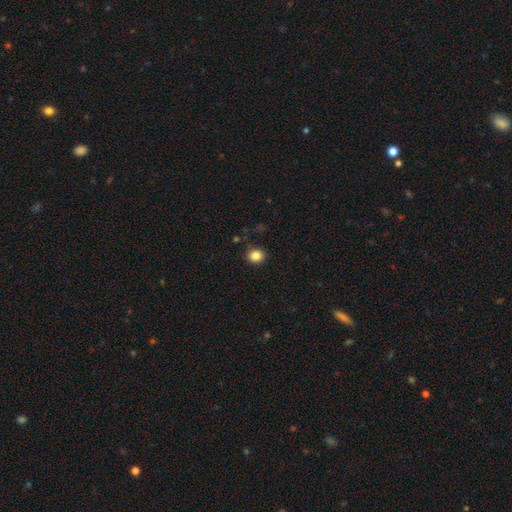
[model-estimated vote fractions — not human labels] Smooth or featured?
  - smooth: 85% *
  - star or artifact: 10%
  - featured or disk: 4%
How rounded?
  - round: 75% *
  - in between: 24%
  - cigar-shaped: 1%
Merging?
  - none: 88% *
  - minor disturbance: 8%
  - major disturbance: 2%
  - merger: 1%